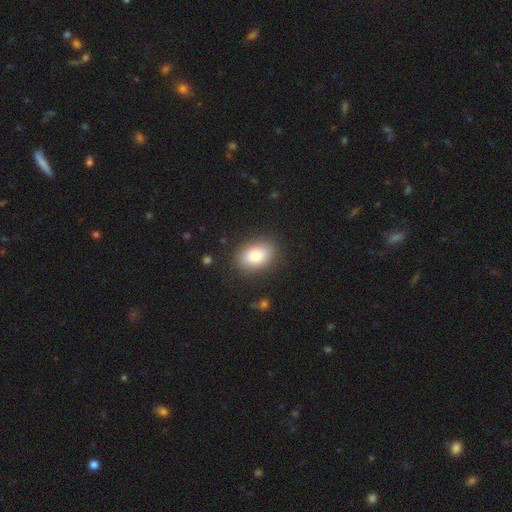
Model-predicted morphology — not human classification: Overall: smooth (82%). How rounded: in between (85%). Merging: none (86%).